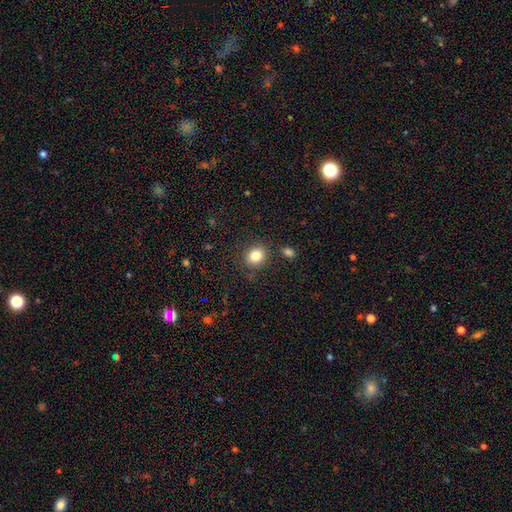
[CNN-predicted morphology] Overall: smooth (84%). How rounded: round (67%; in between 33%). Merging: none (85%).